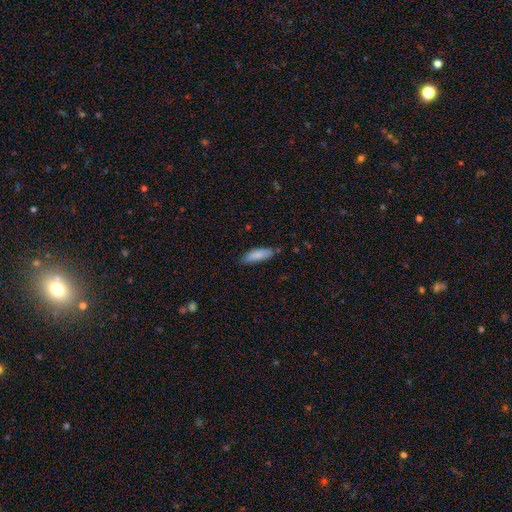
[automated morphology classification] Smooth or featured: smooth — 83% (featured or disk — 11%)
How rounded: cigar-shaped — 51% (in between — 48%)
Merging: none — 82% (minor disturbance — 15%)